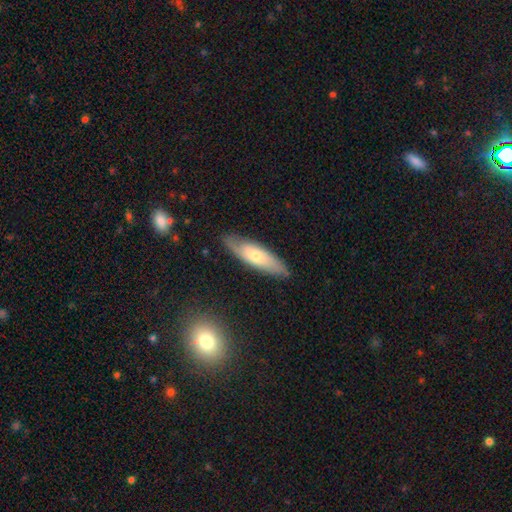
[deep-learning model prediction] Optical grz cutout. It shows a featured or disk galaxy (48%). Merging: none (83%).